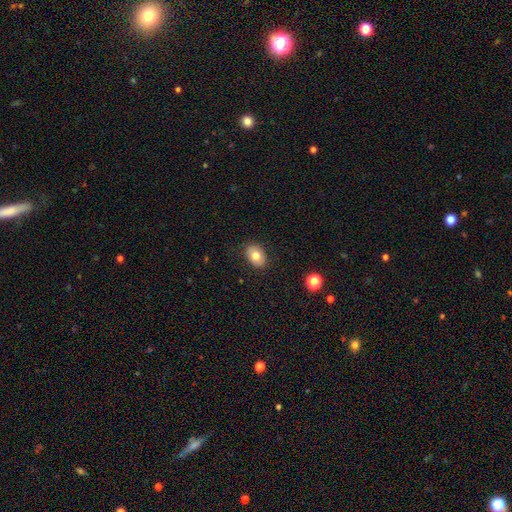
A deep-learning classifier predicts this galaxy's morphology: smooth 78%, featured or disk 14%, star or artifact 8%. Down the decision tree: how rounded — in between (82%); merging — none (87%).